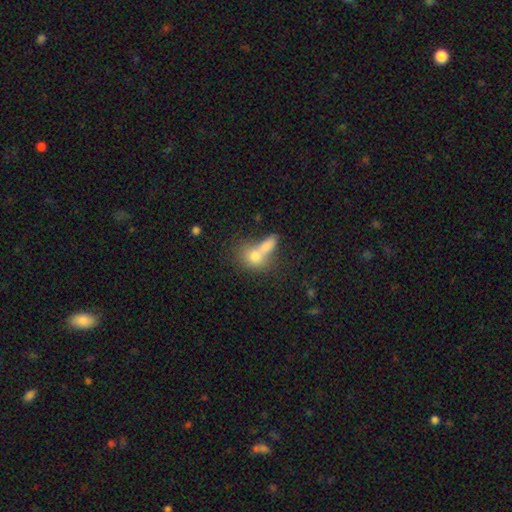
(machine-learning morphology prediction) This is likely a smooth galaxy (73%). How rounded: possibly in between (50%). Merging: possibly merger (58%).